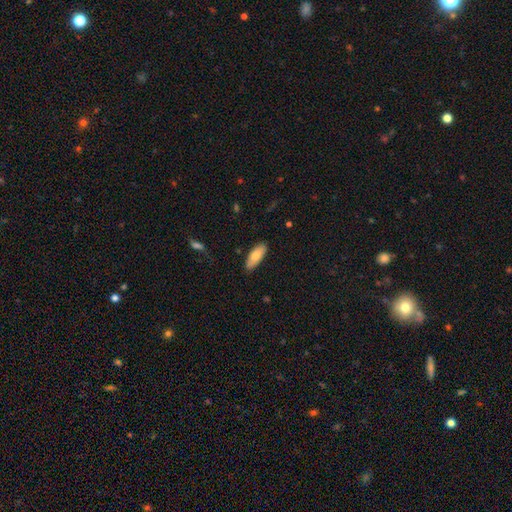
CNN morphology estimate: Smooth or featured: smooth — 77% (featured or disk — 17%)
How rounded: in between — 73% (cigar-shaped — 26%)
Merging: none — 85% (minor disturbance — 12%)